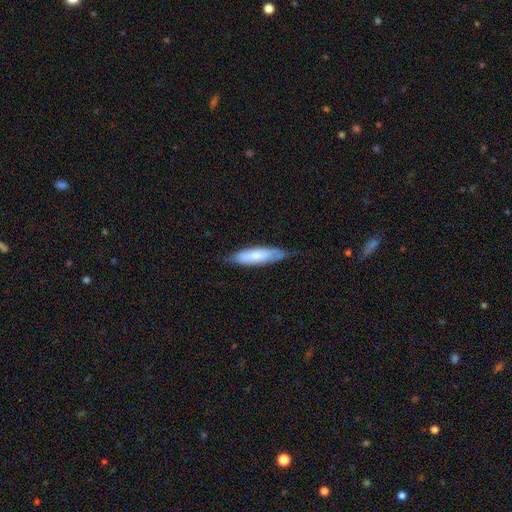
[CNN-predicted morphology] This appears to be a smooth galaxy with no disk features (66%) that is cigar-shaped (55%). Merging: none (65%).